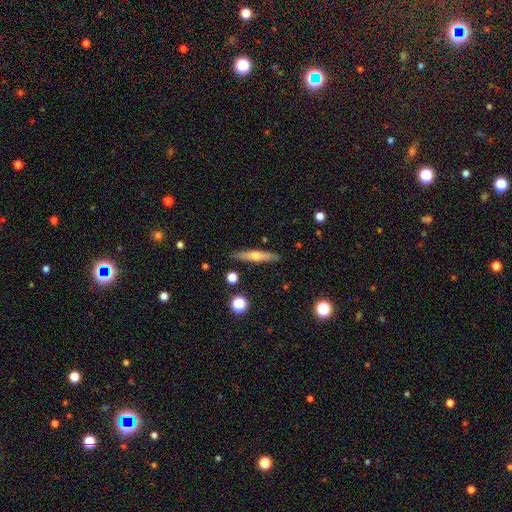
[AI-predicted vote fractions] Morphology: type=smooth (47%); merging=none (88%).